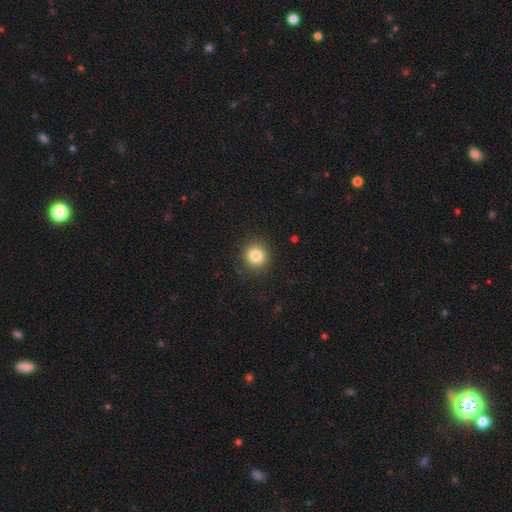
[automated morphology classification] Smooth or featured: smooth — 83% (star or artifact — 11%)
How rounded: round — 89% (in between — 10%)
Merging: none — 90% (minor disturbance — 7%)